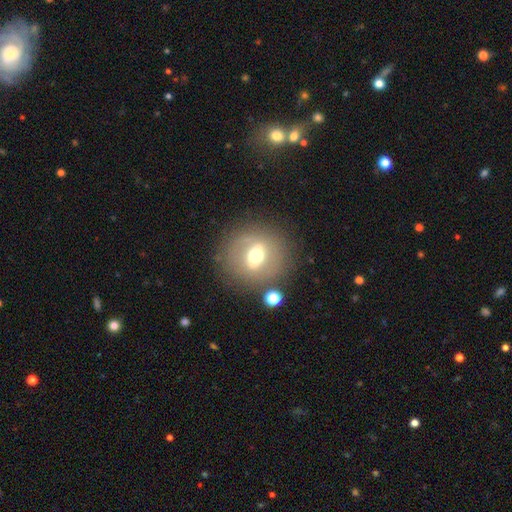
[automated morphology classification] Q: Smooth or featured?
A: featured or disk (51%); runner-up: smooth (40%)
Q: Edge-on disk?
A: no (83%); runner-up: yes (17%)
Q: Merging?
A: none (77%); runner-up: minor disturbance (11%)